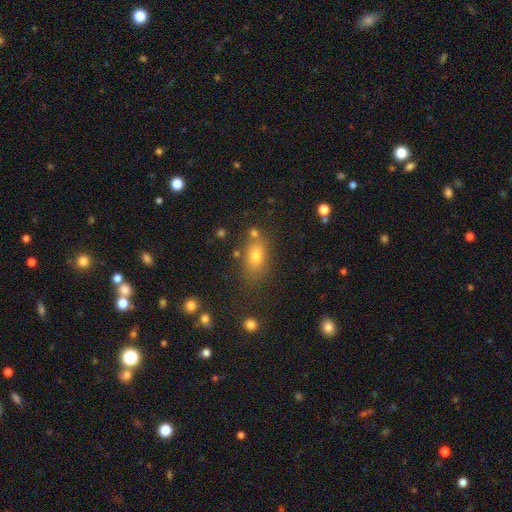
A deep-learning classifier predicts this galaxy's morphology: Smooth or featured: smooth — 74% (star or artifact — 14%)
How rounded: in between — 78% (round — 16%)
Merging: none — 71% (minor disturbance — 15%)